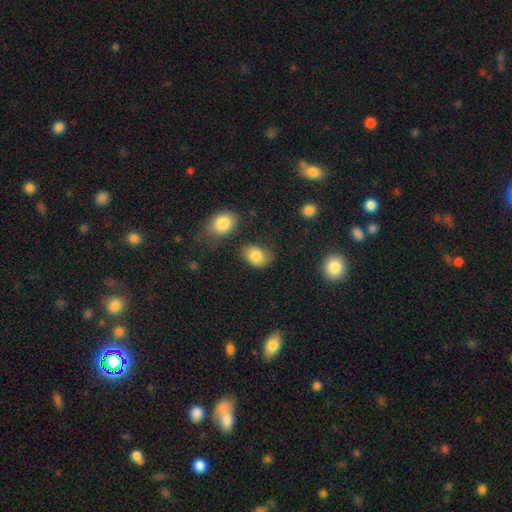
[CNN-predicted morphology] Q: Smooth or featured?
A: smooth (83%); runner-up: featured or disk (9%)
Q: How rounded?
A: in between (74%); runner-up: round (25%)
Q: Merging?
A: none (63%); runner-up: minor disturbance (24%)